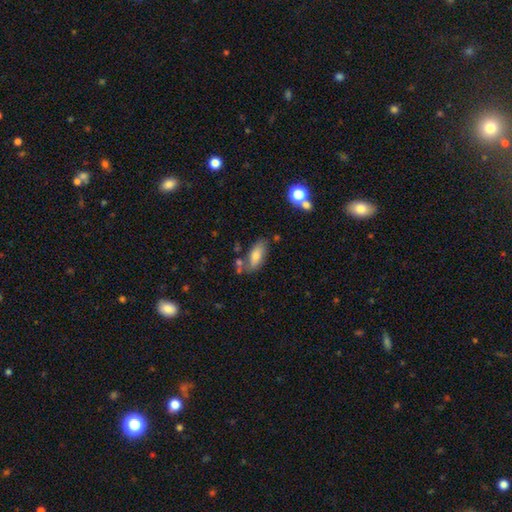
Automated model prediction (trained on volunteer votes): A smooth galaxy with no disk features (69%) that is in between round and cigar-shaped (77%).

Vote fractions:
- Smooth or featured? smooth: 69% / featured or disk: 21% / star or artifact: 10%
- How rounded? in between: 77% / cigar-shaped: 20% / round: 3%
- Merging? none: 65% / minor disturbance: 18% / merger: 12% / major disturbance: 6%